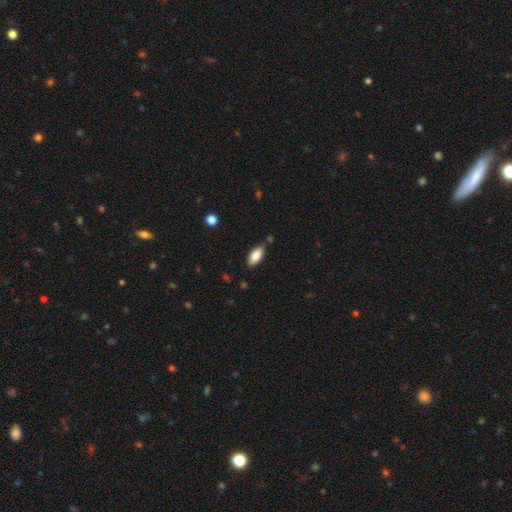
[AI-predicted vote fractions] The model was most divided on "merging": none: 81%, minor disturbance: 14%, merger: 3%, major disturbance: 3%. More confident: how rounded — in between (89%); smooth or featured — smooth (85%).